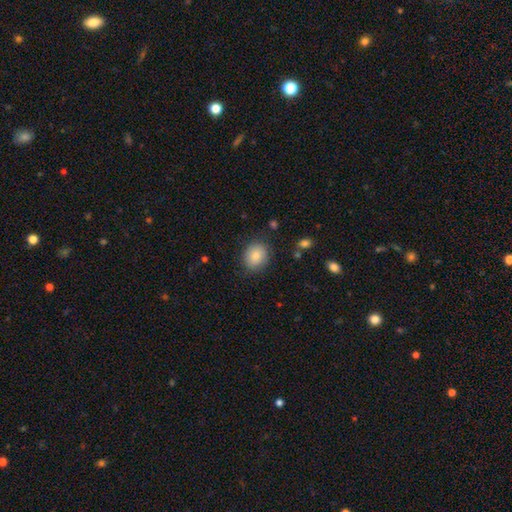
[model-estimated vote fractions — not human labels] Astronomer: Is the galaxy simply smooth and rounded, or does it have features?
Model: smooth — 84%.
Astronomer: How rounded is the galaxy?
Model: round — 65%.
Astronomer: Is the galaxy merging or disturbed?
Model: none — 84%.